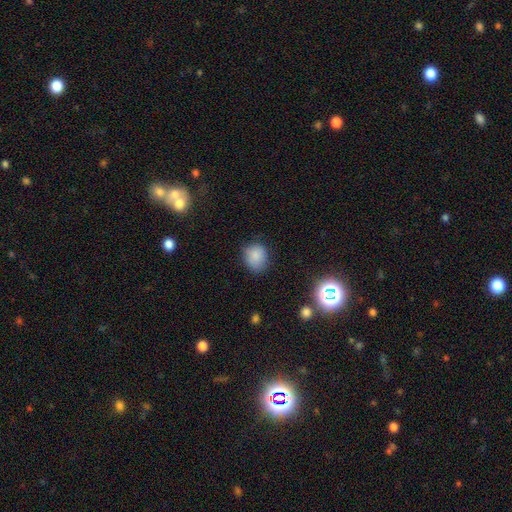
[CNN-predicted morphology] smooth-or-featured: smooth: 84% | star or artifact: 11% | featured or disk: 5%
  how-rounded: round: 66% | in between: 33% | cigar-shaped: 1%
  merging: none: 74% | minor disturbance: 20% | major disturbance: 5% | merger: 2%